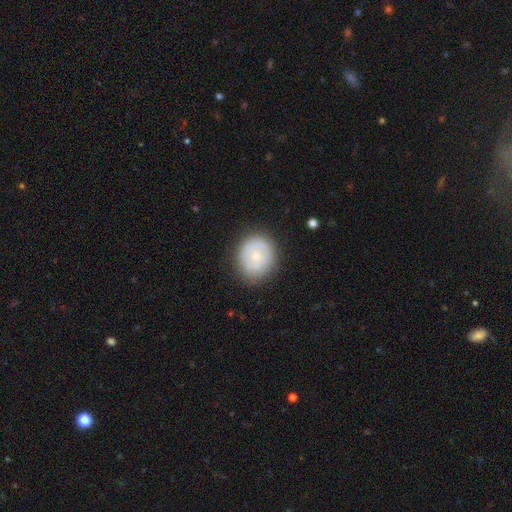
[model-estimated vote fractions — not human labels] This is likely a smooth galaxy (63%). How rounded: likely round (71%). Merging: clearly none (81%).